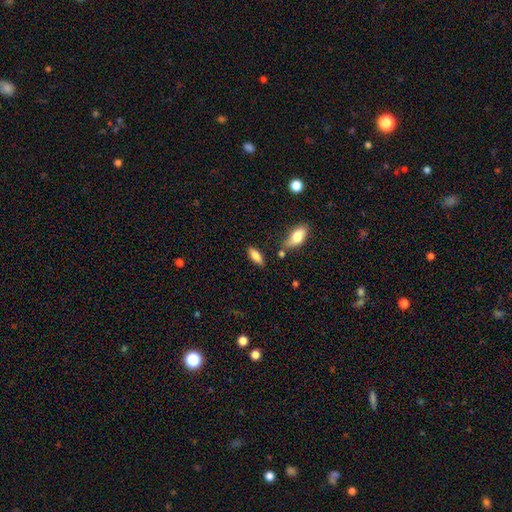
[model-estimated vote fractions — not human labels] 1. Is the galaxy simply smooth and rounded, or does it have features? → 80% smooth, 13% featured or disk, 7% star or artifact.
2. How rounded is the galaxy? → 74% in between, 23% cigar-shaped, 2% round.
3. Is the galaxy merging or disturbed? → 77% none, 13% minor disturbance, 7% merger, 4% major disturbance.